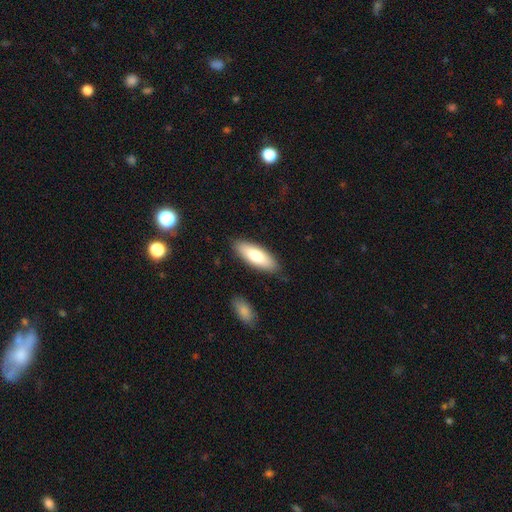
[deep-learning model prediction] smooth-or-featured: smooth: 77% | featured or disk: 18% | star or artifact: 5%
  how-rounded: in between: 65% | cigar-shaped: 33% | round: 2%
  merging: none: 86% | minor disturbance: 10% | major disturbance: 2% | merger: 2%